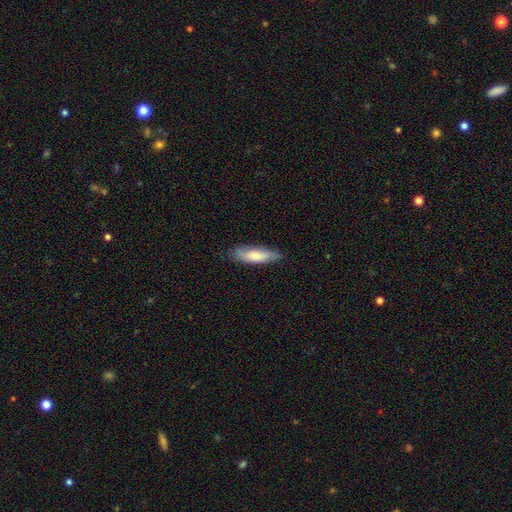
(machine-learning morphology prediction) smooth 75%, featured or disk 20%, star or artifact 6%. Down the decision tree: how rounded — cigar-shaped (59%); merging — none (77%).